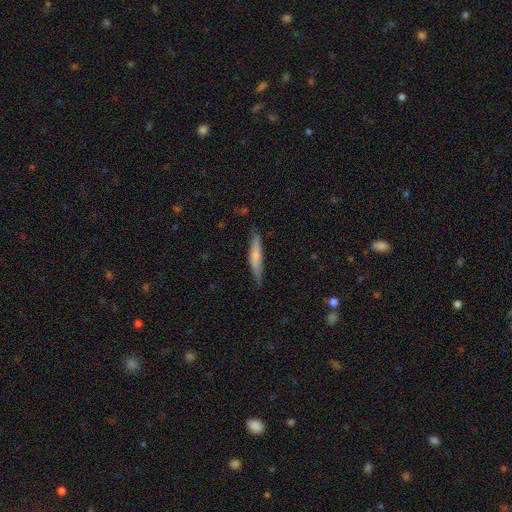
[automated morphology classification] Overall: smooth (64%; featured or disk 30%). How rounded: cigar-shaped (90%). Merging: none (77%).